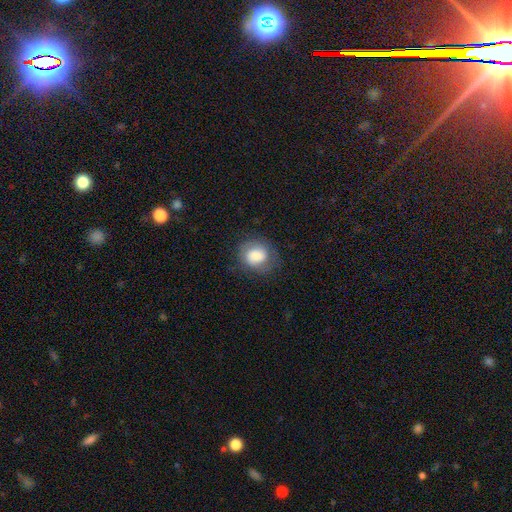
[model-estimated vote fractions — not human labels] smooth-or-featured: smooth: 73% | featured or disk: 19% | star or artifact: 8%
  how-rounded: round: 67% | in between: 32% | cigar-shaped: 1%
  merging: none: 72% | minor disturbance: 19% | major disturbance: 8% | merger: 1%